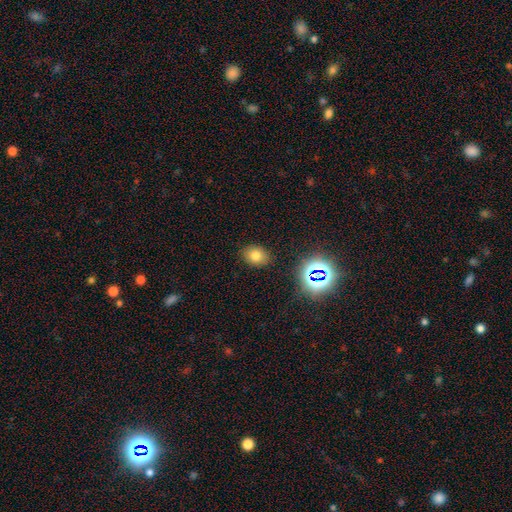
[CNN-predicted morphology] A smooth galaxy with no disk features (73%) that is in between round and cigar-shaped (63%).

Vote fractions:
- Smooth or featured? smooth: 73% / star or artifact: 17% / featured or disk: 10%
- How rounded? in between: 63% / round: 36% / cigar-shaped: 1%
- Merging? none: 86% / minor disturbance: 9% / major disturbance: 3% / merger: 2%